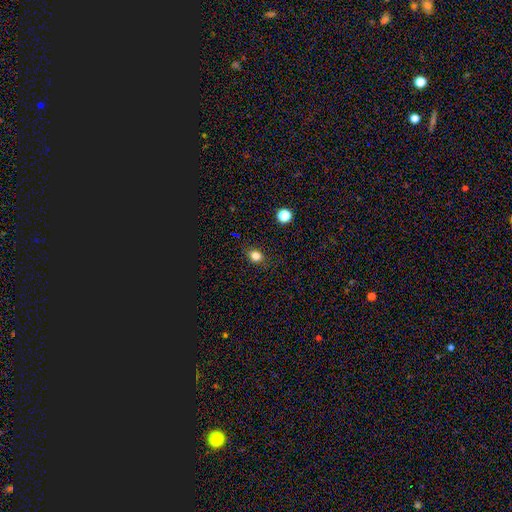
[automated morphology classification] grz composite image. It shows a smooth galaxy with no disk features (81%) that is round (57%). Merging: none (85%).